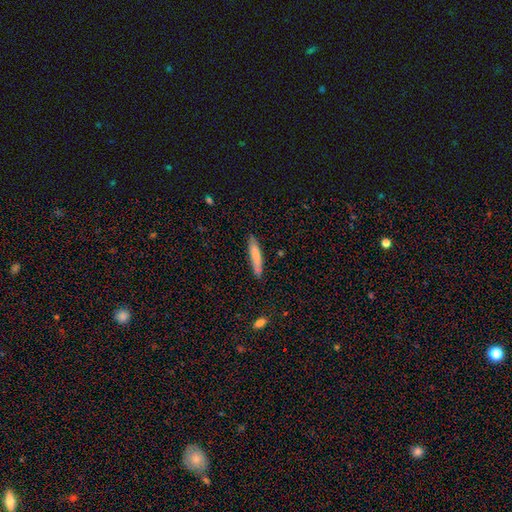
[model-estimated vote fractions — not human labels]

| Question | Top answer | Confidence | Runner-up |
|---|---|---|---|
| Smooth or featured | smooth | 76% | featured or disk (18%) |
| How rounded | cigar-shaped | 89% | in between (10%) |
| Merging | none | 78% | minor disturbance (16%) |